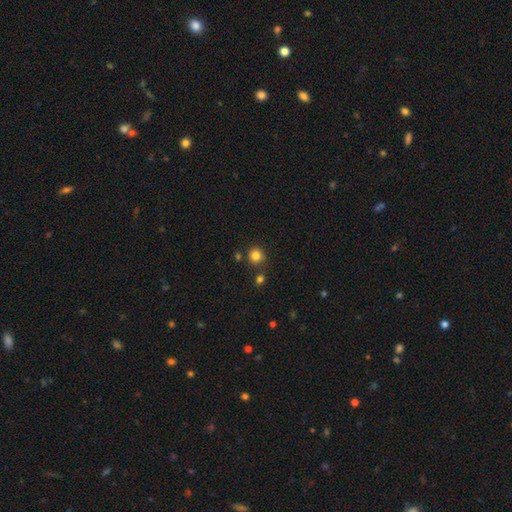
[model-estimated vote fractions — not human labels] Morphology: type=smooth (83%); roundness=round (92%); merging=none (82%).